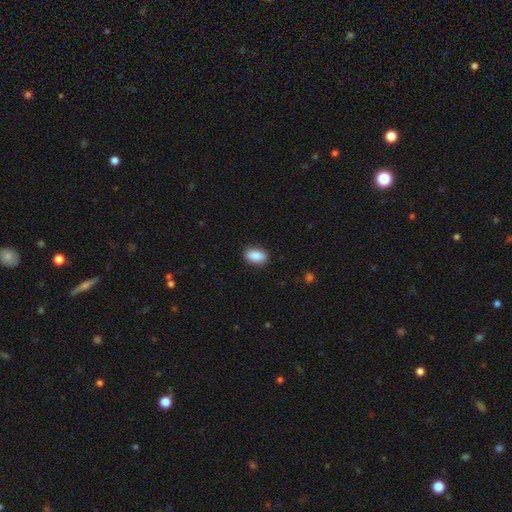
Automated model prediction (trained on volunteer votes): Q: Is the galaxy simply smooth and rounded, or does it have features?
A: smooth — 88%.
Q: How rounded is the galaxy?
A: in between — 89%.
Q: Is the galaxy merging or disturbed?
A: none — 89%.